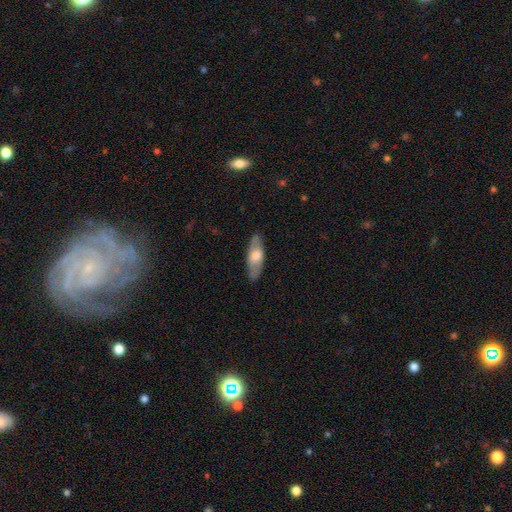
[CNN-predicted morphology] Smooth or featured? Predicted: smooth (p=0.57). How rounded? Predicted: in between (p=0.63). Merging? Predicted: none (p=0.84).